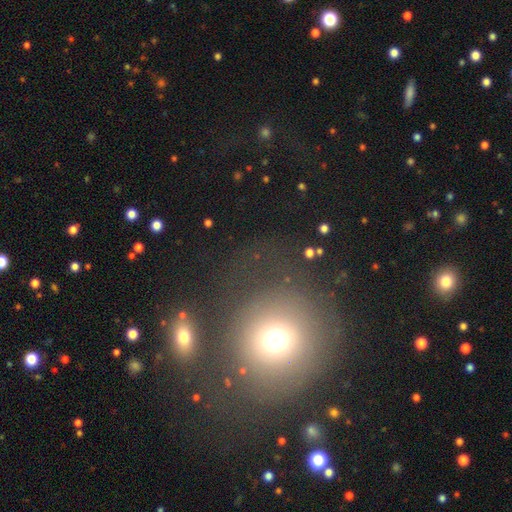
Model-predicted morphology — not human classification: Smooth or featured? Predicted: smooth (p=0.58). How rounded? Predicted: round (p=0.87). Merging? Predicted: none (p=0.69).